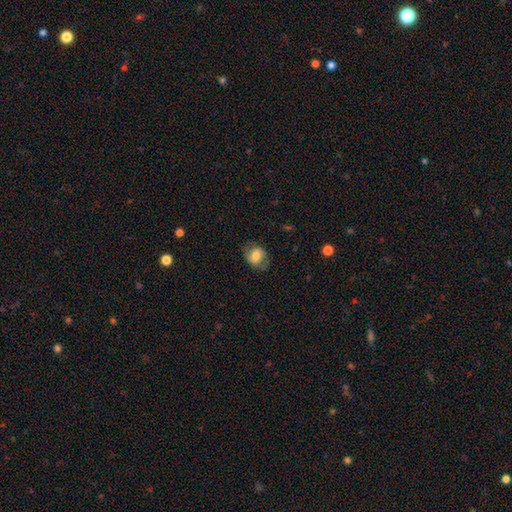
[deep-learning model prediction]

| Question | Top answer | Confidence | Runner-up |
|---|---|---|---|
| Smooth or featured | smooth | 64% | featured or disk (28%) |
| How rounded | in between | 54% | round (45%) |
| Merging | none | 69% | minor disturbance (20%) |